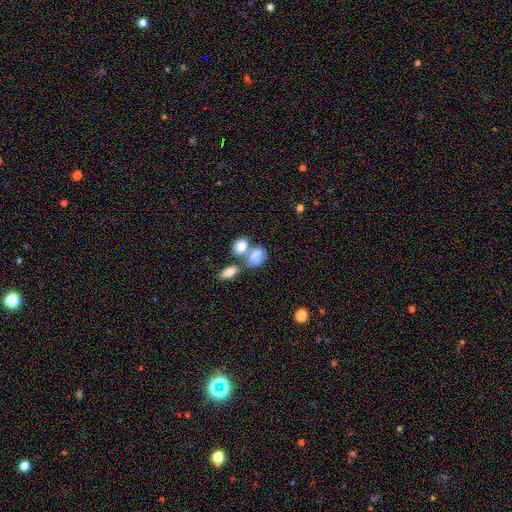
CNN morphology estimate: A smooth galaxy with no disk features (69%) that is in between round and cigar-shaped (72%). Merging: merger (53%).